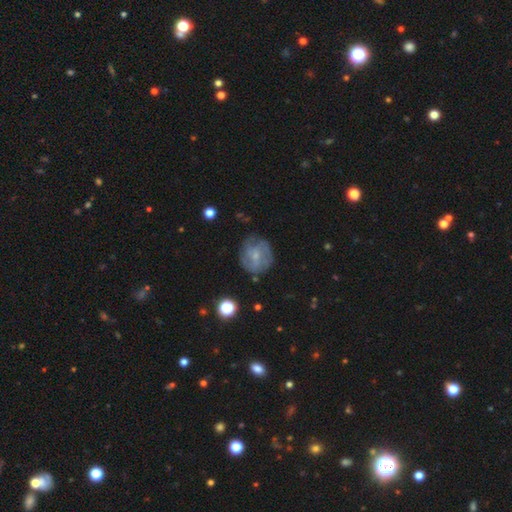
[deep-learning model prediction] Smooth or featured?
  - featured or disk: 56% *
  - smooth: 36%
  - star or artifact: 8%
Edge-on disk?
  - no: 97% *
  - yes: 3%
Bar?
  - no: 58% *
  - weak: 35%
  - strong: 6%
Spiral arms?
  - yes: 67% *
  - no: 33%
Bulge size?
  - small: 67% *
  - moderate: 23%
  - none: 8%
  - large: 1%
  - dominant: 1%
Merging?
  - none: 68% *
  - minor disturbance: 21%
  - major disturbance: 9%
  - merger: 2%